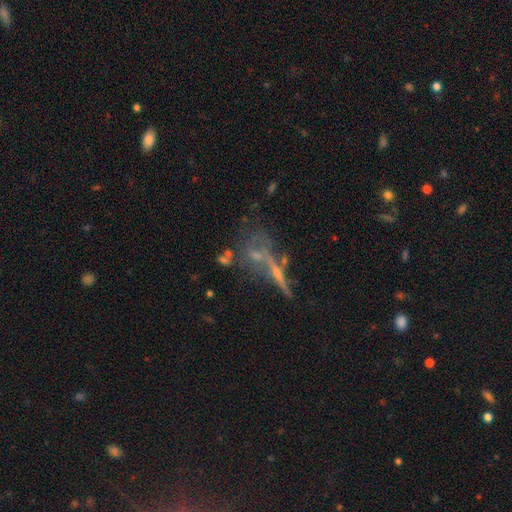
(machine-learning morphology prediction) smooth-or-featured: featured or disk: 60% | smooth: 21% | star or artifact: 19%
  disk-edge-on: no: 51% | yes: 49%
  merging: none: 34% | merger: 31% | major disturbance: 21% | minor disturbance: 14%